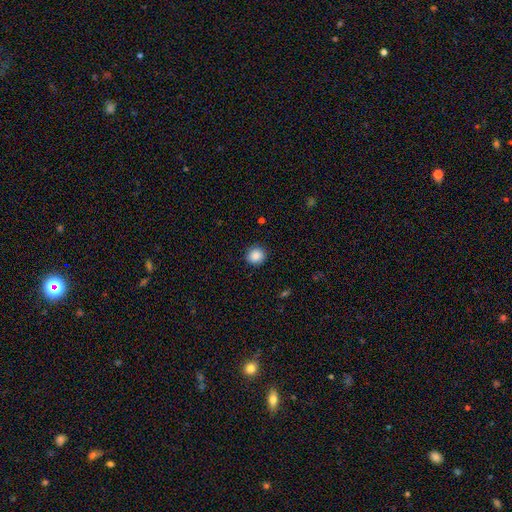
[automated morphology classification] Smooth or featured?
  - smooth: 88% *
  - star or artifact: 9%
  - featured or disk: 3%
How rounded?
  - round: 89% *
  - in between: 10%
  - cigar-shaped: 1%
Merging?
  - none: 91% *
  - minor disturbance: 6%
  - major disturbance: 2%
  - merger: 1%